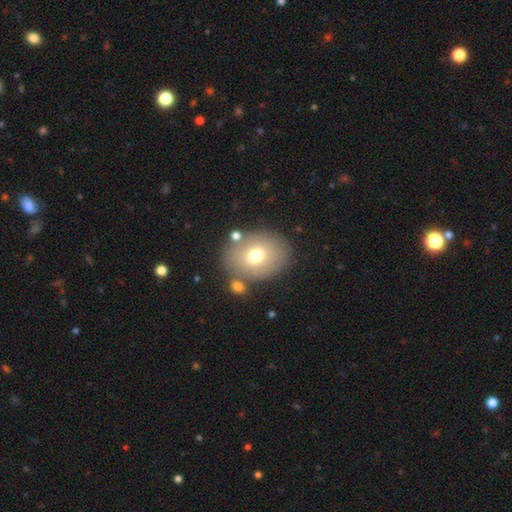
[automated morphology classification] smooth-or-featured: smooth: 69% | featured or disk: 22% | star or artifact: 10%
  how-rounded: in between: 56% | round: 43% | cigar-shaped: 1%
  merging: none: 75% | minor disturbance: 12% | merger: 8% | major disturbance: 5%